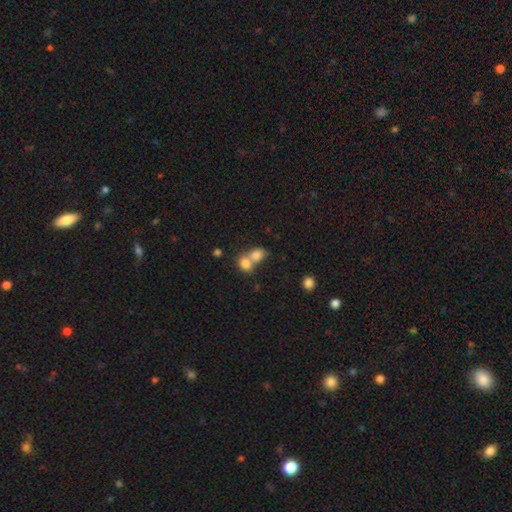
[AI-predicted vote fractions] This appears to be a smooth galaxy with no disk features (79%) that is round (51%). Merging: merger (66%).